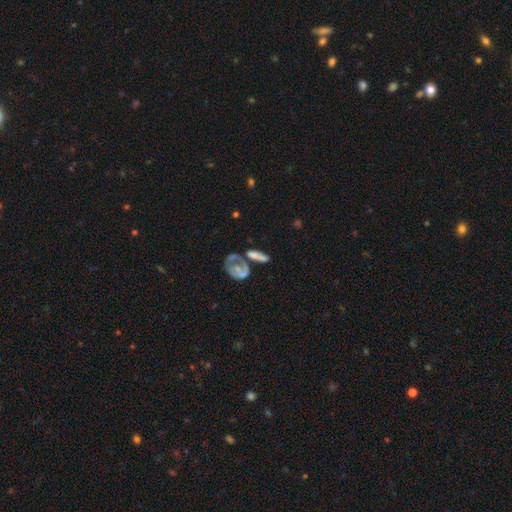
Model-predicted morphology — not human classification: The model was most divided on "merging": none: 35%, merger: 32%, major disturbance: 18%, minor disturbance: 16%. More confident: how rounded — in between (61%); smooth or featured — smooth (52%).